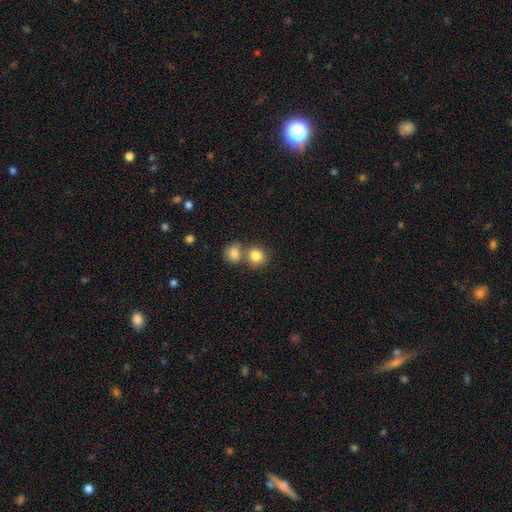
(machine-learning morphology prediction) A smooth galaxy with no disk features (83%) that is round (82%).

Vote fractions:
- Smooth or featured? smooth: 83% / star or artifact: 10% / featured or disk: 8%
- How rounded? round: 82% / in between: 17% / cigar-shaped: 1%
- Merging? merger: 46% / none: 44% / minor disturbance: 7% / major disturbance: 3%